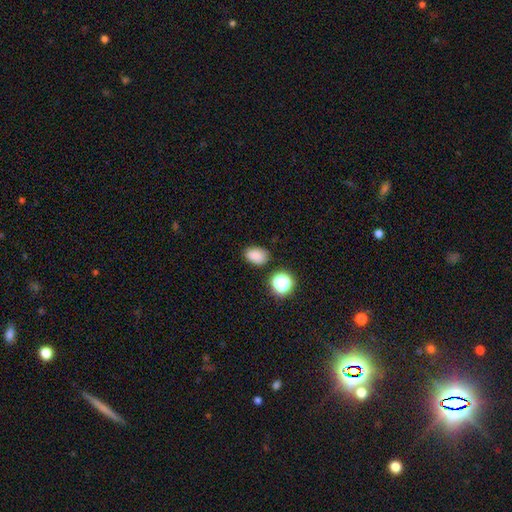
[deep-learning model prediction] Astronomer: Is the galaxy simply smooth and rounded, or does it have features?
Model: smooth — 83%.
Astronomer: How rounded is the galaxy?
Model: in between — 79%.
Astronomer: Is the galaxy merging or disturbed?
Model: none — 80%.